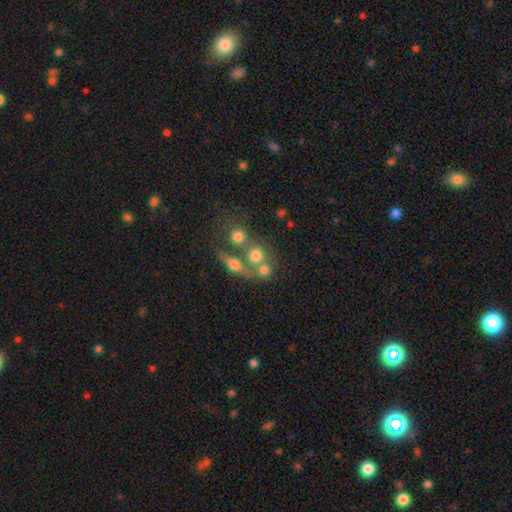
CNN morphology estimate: A smooth galaxy with no disk features (70%) that is round (80%). Merging: none (44%).